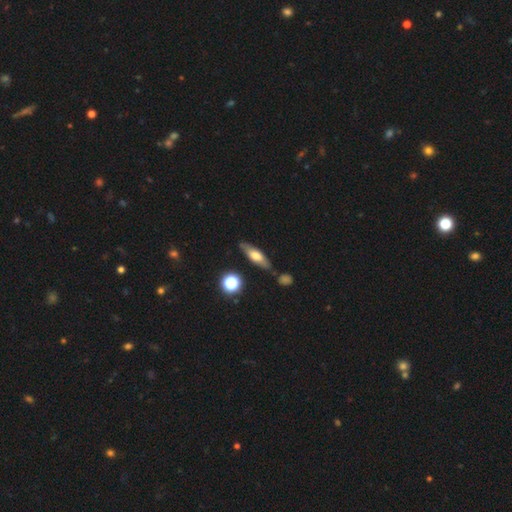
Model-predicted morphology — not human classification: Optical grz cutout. It shows a smooth galaxy with no disk features (53%) that is cigar-shaped (54%). Merging: none (78%).